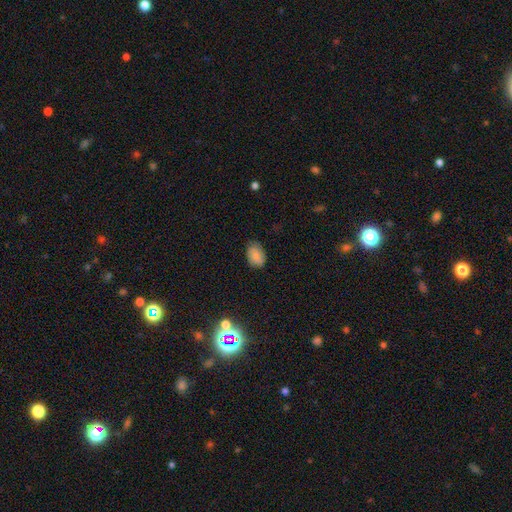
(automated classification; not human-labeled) Smooth or featured? Predicted: smooth (p=0.77). How rounded? Predicted: in between (p=0.84). Merging? Predicted: none (p=0.76).